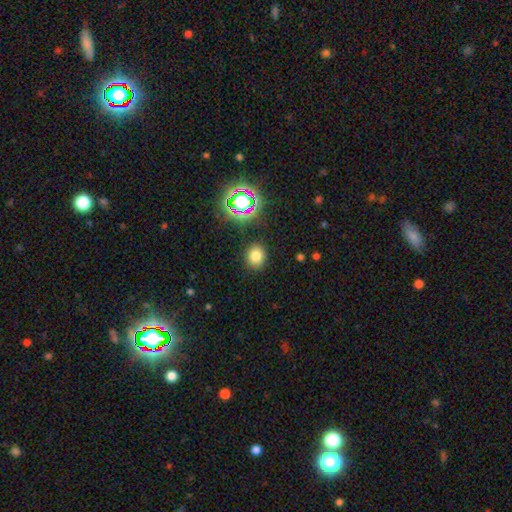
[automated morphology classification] Smooth or featured? Predicted: smooth (p=0.76). How rounded? Predicted: round (p=0.67). Merging? Predicted: none (p=0.87).